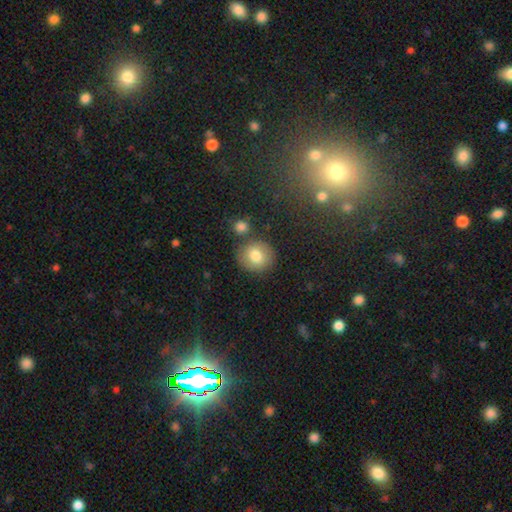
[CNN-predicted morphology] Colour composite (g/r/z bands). It shows a smooth galaxy with no disk features (78%) that is round (83%). Merging: none (78%).